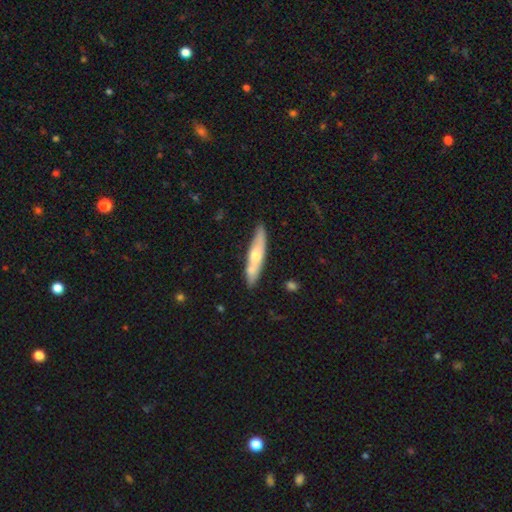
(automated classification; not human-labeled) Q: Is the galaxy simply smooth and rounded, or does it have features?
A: smooth — 50%.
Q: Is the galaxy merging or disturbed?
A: none — 76%.